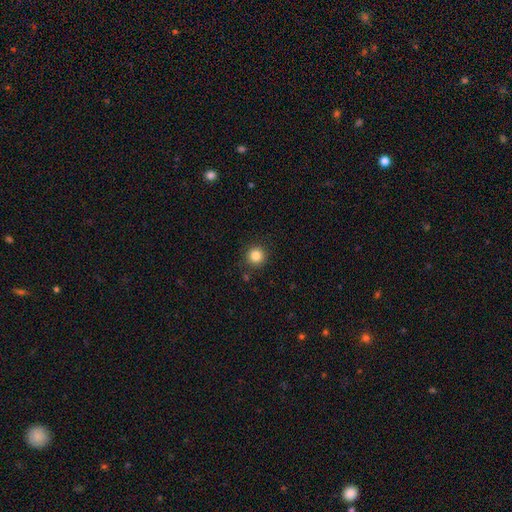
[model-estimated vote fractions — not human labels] smooth 84%, star or artifact 11%, featured or disk 5%. Down the decision tree: how rounded — round (94%); merging — none (89%).